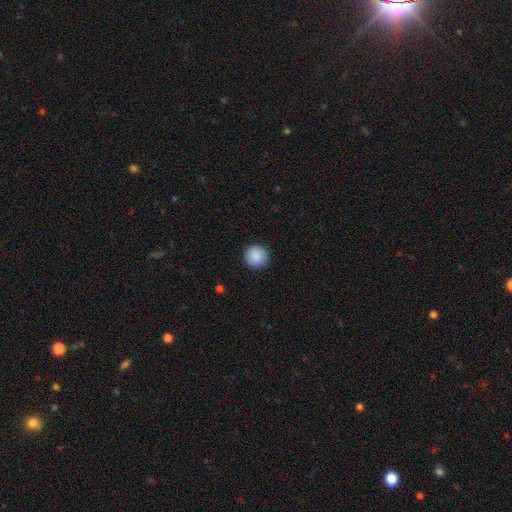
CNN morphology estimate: This is clearly a smooth galaxy (90%). How rounded: clearly round (95%). Merging: clearly none (92%).